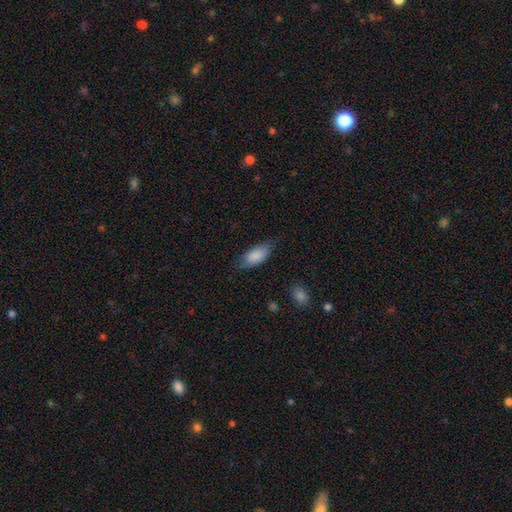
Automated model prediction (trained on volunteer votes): This appears to be a smooth galaxy with no disk features (87%) that is in between round and cigar-shaped (88%). Merging: none (73%).